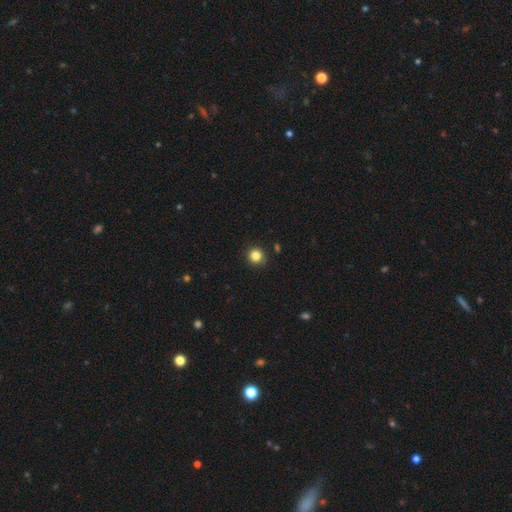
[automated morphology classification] A smooth galaxy with no disk features (83%) that is round (91%).

Vote fractions:
- Smooth or featured? smooth: 83% / star or artifact: 12% / featured or disk: 5%
- How rounded? round: 91% / in between: 8% / cigar-shaped: 1%
- Merging? none: 90% / minor disturbance: 7% / major disturbance: 2% / merger: 1%